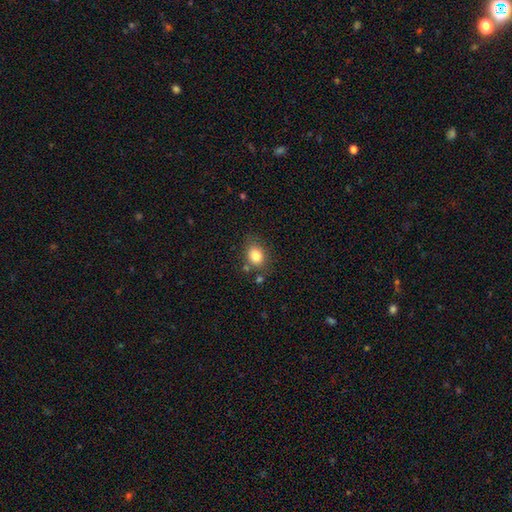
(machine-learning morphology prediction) Smooth or featured: smooth — 82% (star or artifact — 10%)
How rounded: in between — 59% (round — 40%)
Merging: none — 73% (minor disturbance — 16%)